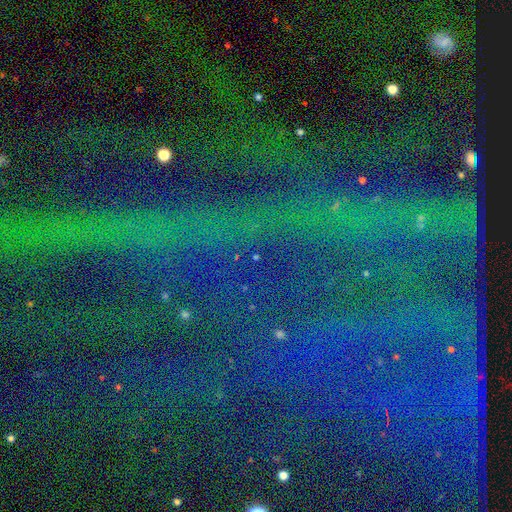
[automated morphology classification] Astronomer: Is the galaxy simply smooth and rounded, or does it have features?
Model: star or artifact — 85%.